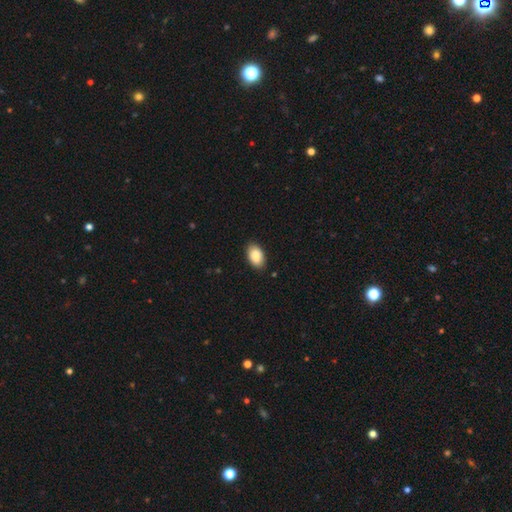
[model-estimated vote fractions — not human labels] This appears to be a smooth galaxy with no disk features (88%) that is in between round and cigar-shaped (92%). Merging: none (87%).